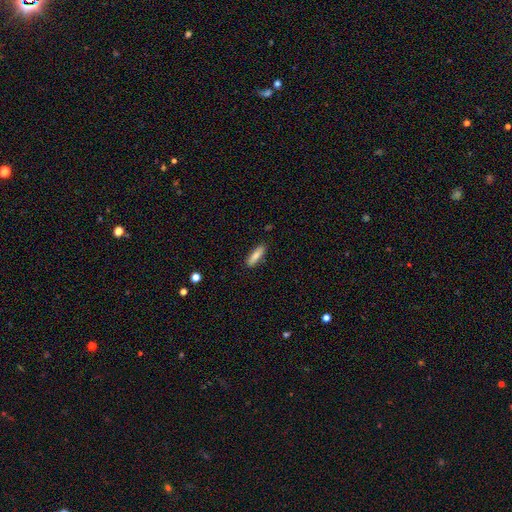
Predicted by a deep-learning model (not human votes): Morphology: type=smooth (78%); roundness=cigar-shaped (62%); merging=none (87%).